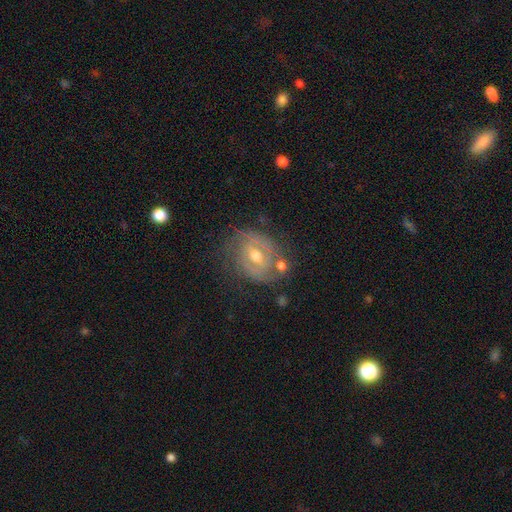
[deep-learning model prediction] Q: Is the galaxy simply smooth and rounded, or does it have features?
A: featured or disk — 70%.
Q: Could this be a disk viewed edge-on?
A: no — 96%.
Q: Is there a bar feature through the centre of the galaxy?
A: weak — 48%.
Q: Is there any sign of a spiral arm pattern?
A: yes — 72%.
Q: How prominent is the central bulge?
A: moderate — 74%.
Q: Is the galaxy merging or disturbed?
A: none — 64%.